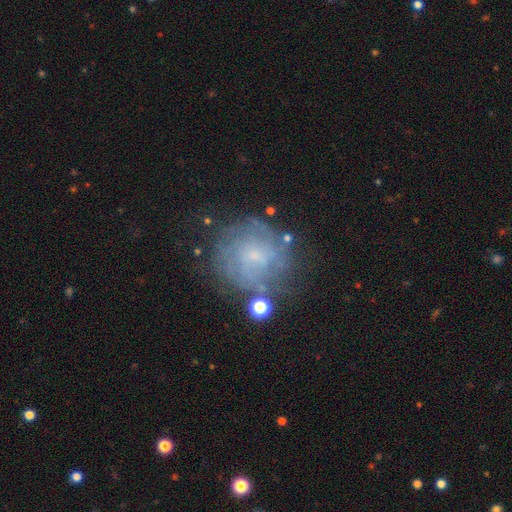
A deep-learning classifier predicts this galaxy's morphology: The model was most divided on "bar": no: 61%, weak: 33%, strong: 6%. More confident: edge-on disk — no (97%); spiral arms — yes (82%); merging — none (69%); smooth or featured — featured or disk (68%); bulge size — small (62%); spiral winding — tight (61%); spiral arm count — can't tell (53%).